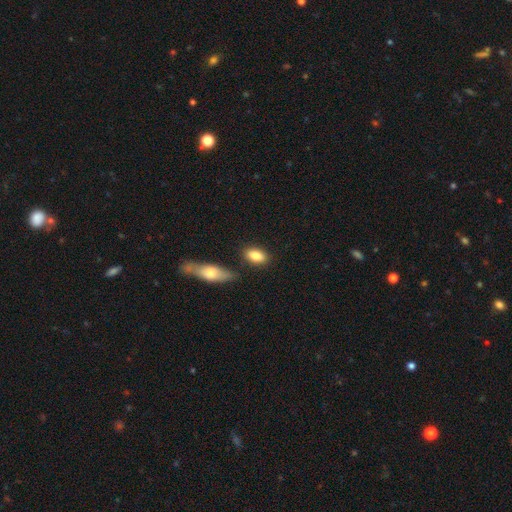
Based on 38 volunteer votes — Smooth or featured?
  - smooth: 79% *
  - featured or disk: 13%
  - star or artifact: 8%
How rounded?
  - in between: 83% *
  - cigar-shaped: 10%
  - round: 7%
Merging?
  - none: 80% *
  - merger: 11%
  - minor disturbance: 9%
  - major disturbance: 0%